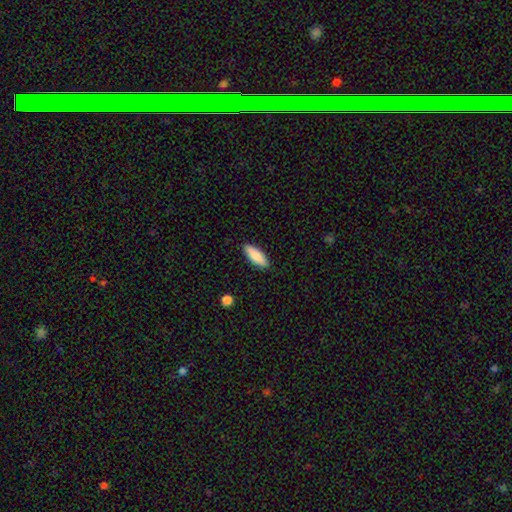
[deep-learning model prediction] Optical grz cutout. It shows a smooth galaxy with no disk features (83%) that is in between round and cigar-shaped (59%). Merging: none (88%).